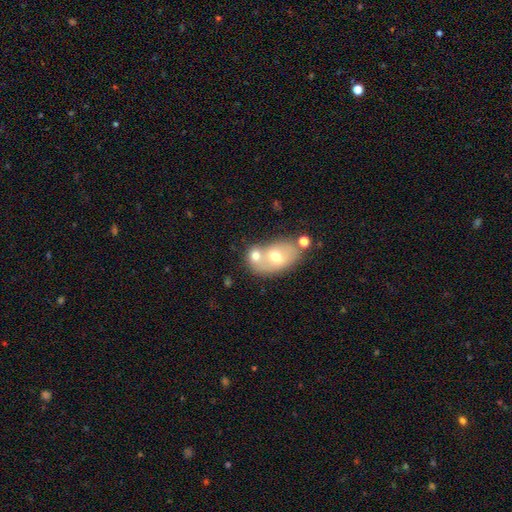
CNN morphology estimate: The model was most divided on "merging": merger: 55%, none: 31%, minor disturbance: 10%, major disturbance: 5%. More confident: how rounded — in between (72%); smooth or featured — smooth (61%).